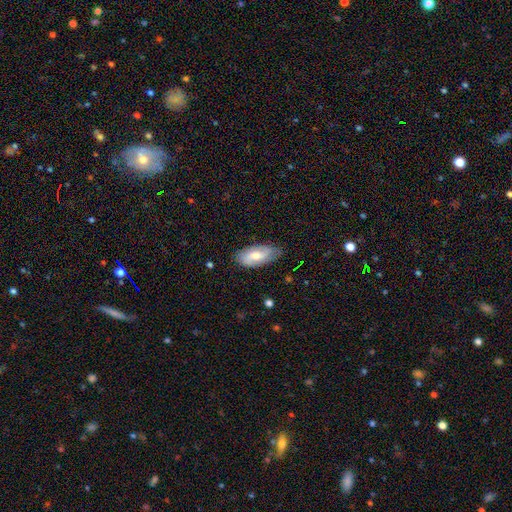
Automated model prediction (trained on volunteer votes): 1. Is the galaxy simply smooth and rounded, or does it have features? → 49% smooth, 44% featured or disk, 7% star or artifact.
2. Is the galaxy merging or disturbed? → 77% none, 19% minor disturbance, 4% major disturbance, 1% merger.